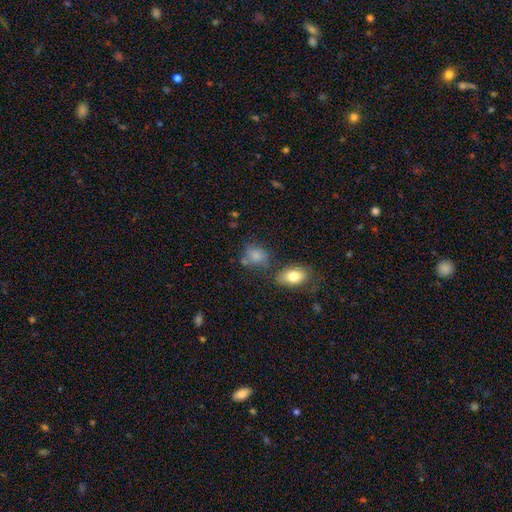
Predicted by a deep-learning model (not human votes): Overall: smooth (78%). How rounded: in between (56%; round 42%). Merging: none (56%; minor disturbance 22%).